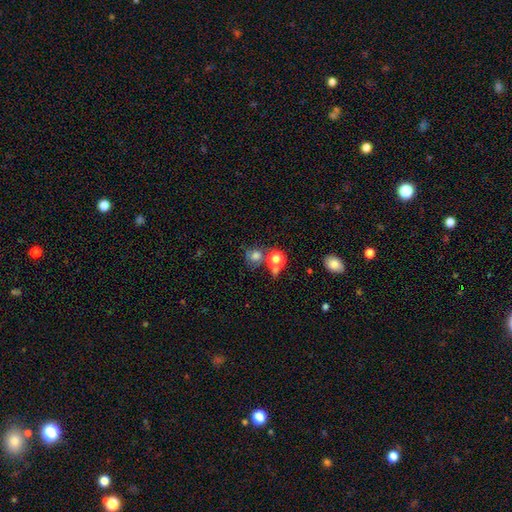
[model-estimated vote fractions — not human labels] Smooth or featured? smooth (70%)
How rounded? round (83%)
Merging? none (52%)